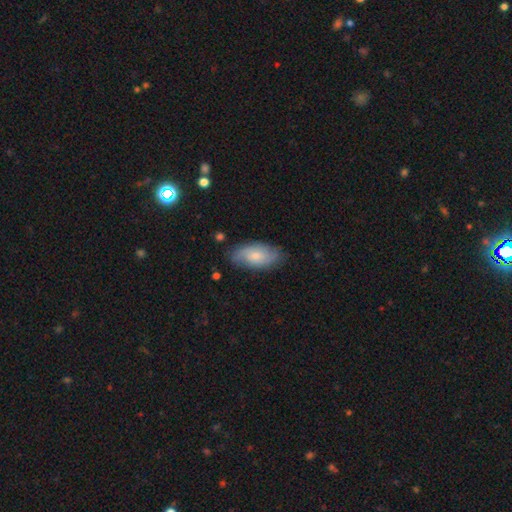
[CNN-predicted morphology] Overall: smooth (53%; featured or disk 41%). How rounded: in between (91%). Merging: none (75%).